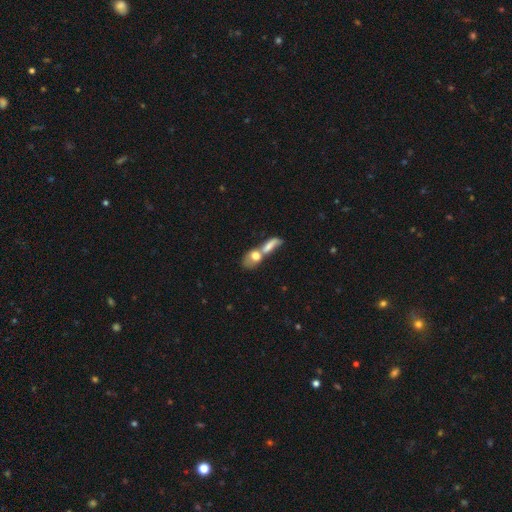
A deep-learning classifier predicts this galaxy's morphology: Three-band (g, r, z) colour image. It shows a smooth galaxy with no disk features (65%) that is in between round and cigar-shaped (61%). Merging: merger (71%).